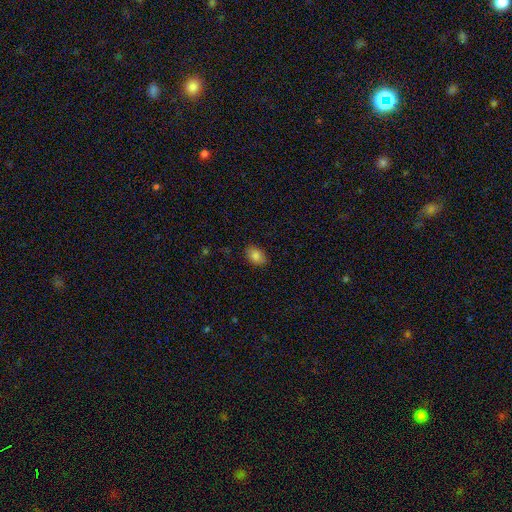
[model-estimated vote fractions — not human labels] A smooth galaxy with no disk features (84%) that is in between round and cigar-shaped (81%).

Vote fractions:
- Smooth or featured? smooth: 84% / star or artifact: 9% / featured or disk: 7%
- How rounded? in between: 81% / round: 17% / cigar-shaped: 1%
- Merging? none: 85% / minor disturbance: 12% / major disturbance: 2% / merger: 1%